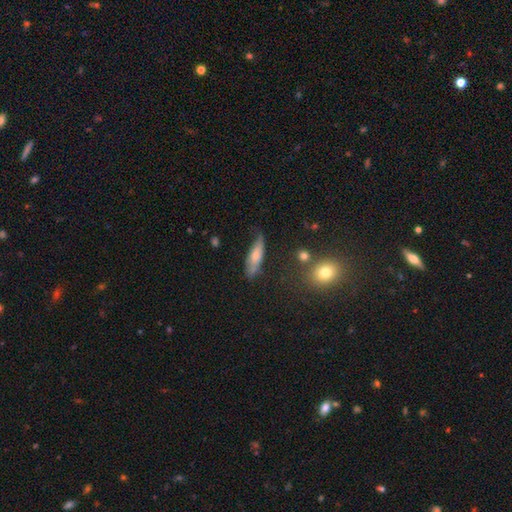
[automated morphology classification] This is likely a smooth galaxy (63%). How rounded: possibly cigar-shaped (54%). Merging: likely none (60%).